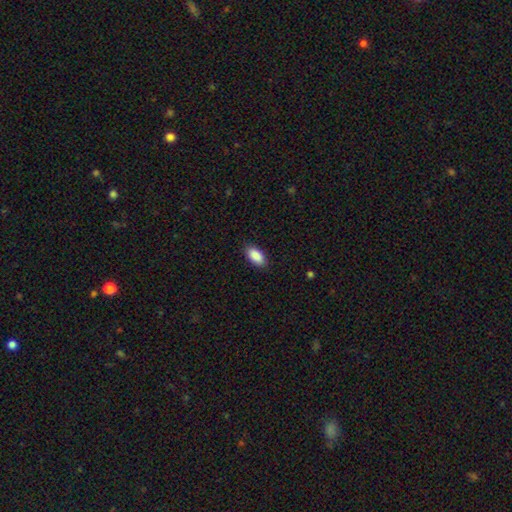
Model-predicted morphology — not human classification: smooth 90%, star or artifact 6%, featured or disk 4%. Down the decision tree: how rounded — in between (93%); merging — none (88%).